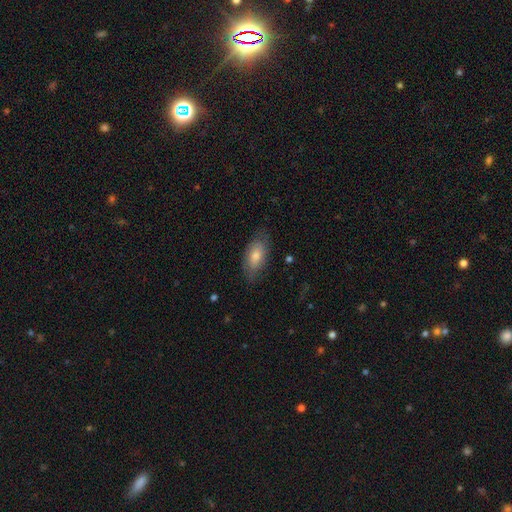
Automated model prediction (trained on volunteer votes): smooth 60%, featured or disk 32%, star or artifact 8%. Down the decision tree: how rounded — in between (86%); merging — none (76%).